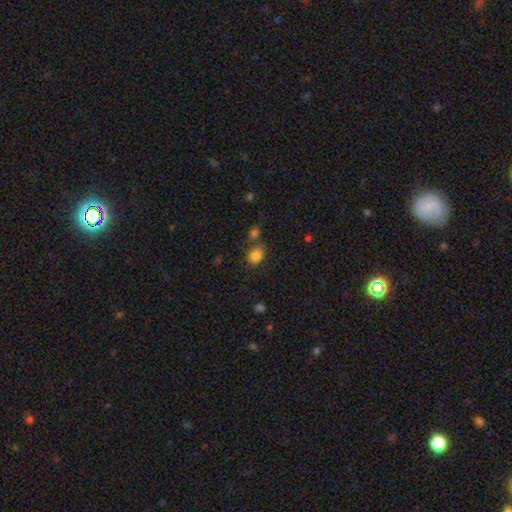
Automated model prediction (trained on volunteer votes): Q: Smooth or featured?
A: smooth (84%); runner-up: star or artifact (11%)
Q: How rounded?
A: in between (59%); runner-up: round (40%)
Q: Merging?
A: none (68%); runner-up: merger (16%)